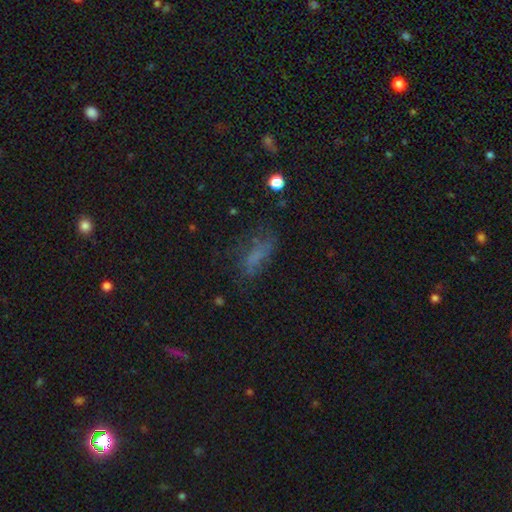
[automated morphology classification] Overall: smooth (53%; featured or disk 26%). How rounded: in between (65%; cigar-shaped 29%). Merging: none (49%; minor disturbance 24%).